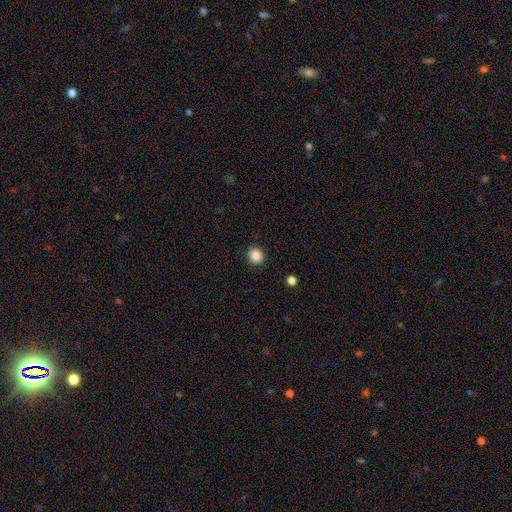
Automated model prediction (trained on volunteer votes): smooth 87%, star or artifact 10%, featured or disk 3%. Down the decision tree: how rounded — round (88%); merging — none (91%).